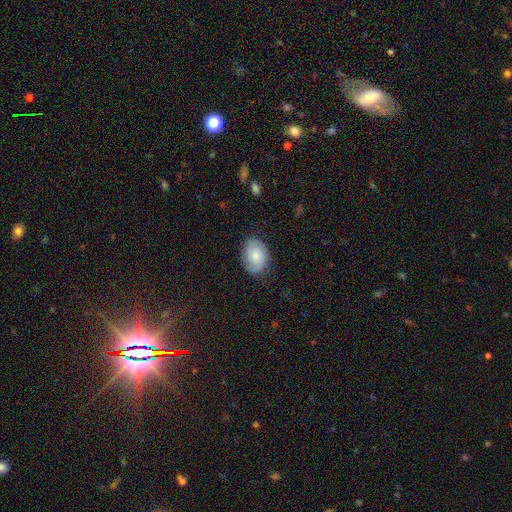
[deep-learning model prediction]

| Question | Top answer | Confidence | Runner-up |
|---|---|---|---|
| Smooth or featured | smooth | 63% | featured or disk (30%) |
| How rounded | in between | 78% | round (21%) |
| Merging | none | 78% | minor disturbance (17%) |